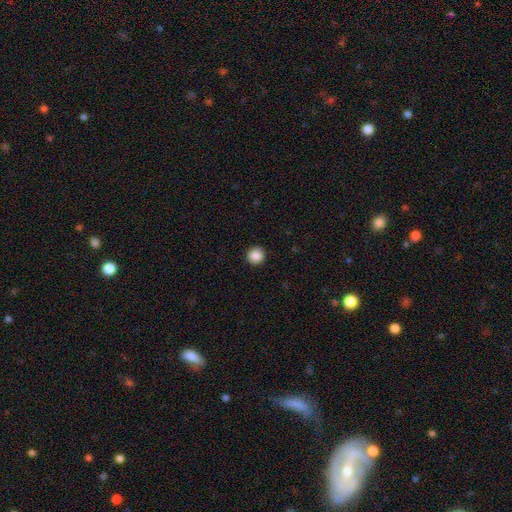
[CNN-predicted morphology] Q: Smooth or featured?
A: smooth (88%); runner-up: star or artifact (9%)
Q: How rounded?
A: round (93%); runner-up: in between (6%)
Q: Merging?
A: none (91%); runner-up: minor disturbance (6%)